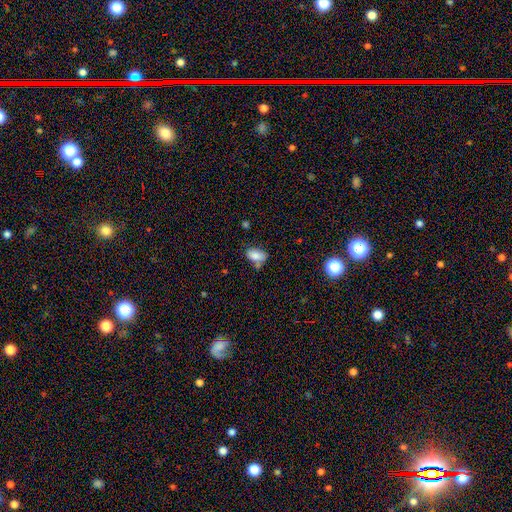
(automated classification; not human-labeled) A smooth galaxy with no disk features (82%) that is in between round and cigar-shaped (91%). Merging: none (54%).